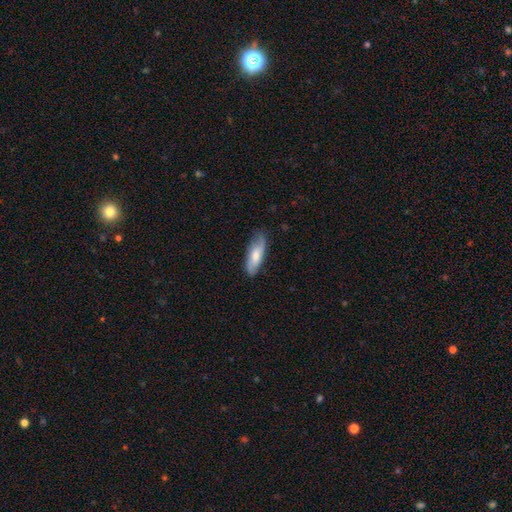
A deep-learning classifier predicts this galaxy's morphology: Overall: smooth (64%; featured or disk 31%). How rounded: in between (60%; cigar-shaped 38%). Merging: none (76%).